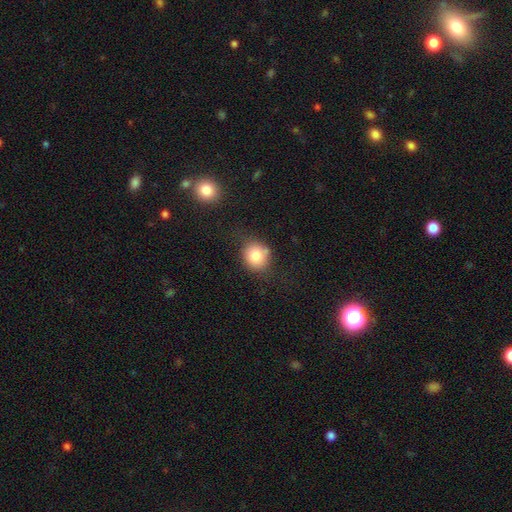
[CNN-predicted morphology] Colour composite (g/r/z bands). It shows a smooth galaxy with no disk features (80%) that is round (74%). Merging: none (69%).